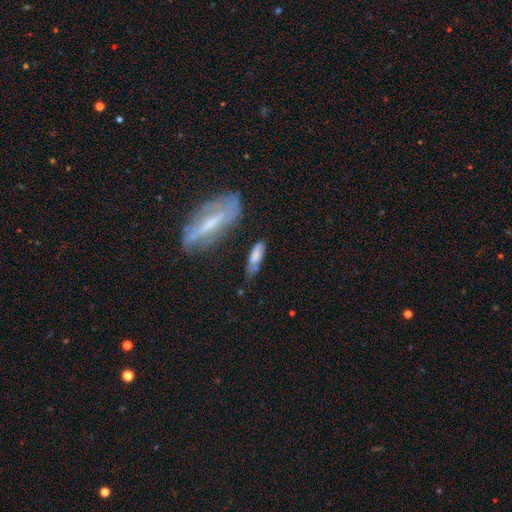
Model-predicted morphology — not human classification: Smooth or featured? Predicted: smooth (p=0.67). How rounded? Predicted: cigar-shaped (p=0.55). Merging? Predicted: none (p=0.54).